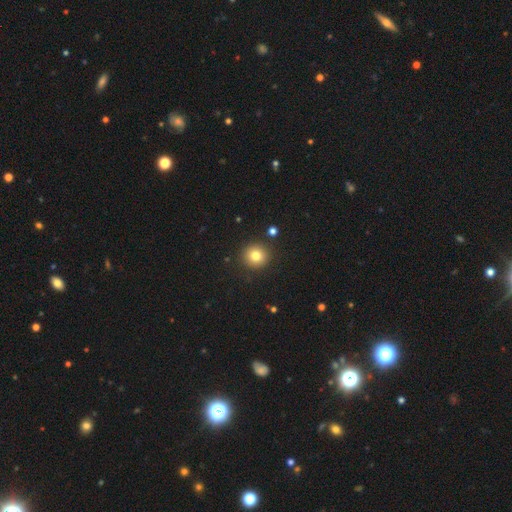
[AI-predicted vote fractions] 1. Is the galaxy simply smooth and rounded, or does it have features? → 79% smooth, 12% star or artifact, 9% featured or disk.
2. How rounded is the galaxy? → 93% round, 6% in between, 1% cigar-shaped.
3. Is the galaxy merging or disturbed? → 90% none, 6% minor disturbance, 2% merger, 2% major disturbance.